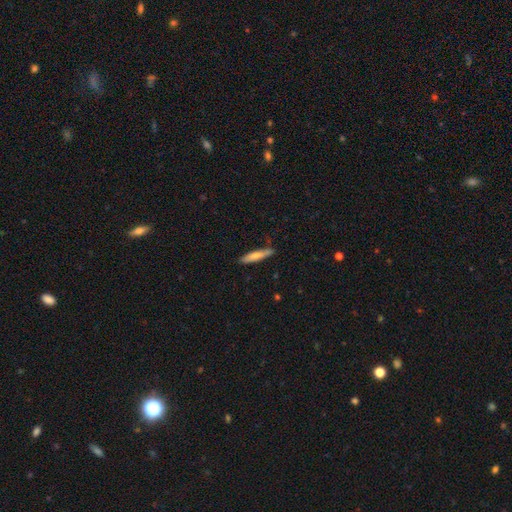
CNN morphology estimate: The model was most divided on "smooth or featured": smooth: 71%, featured or disk: 23%, star or artifact: 6%. More confident: how rounded — cigar-shaped (89%); merging — none (81%).